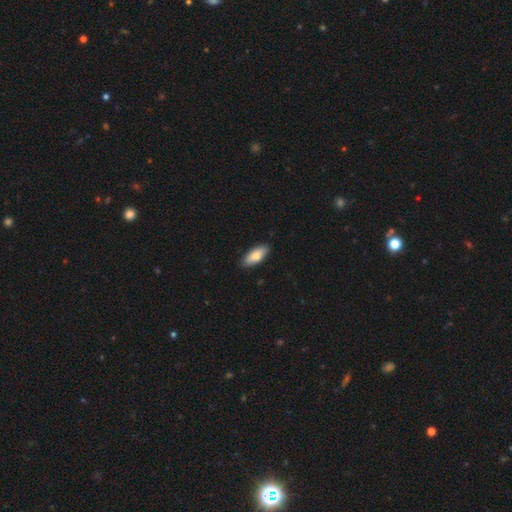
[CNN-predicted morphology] smooth 85%, featured or disk 9%, star or artifact 6%. Down the decision tree: how rounded — in between (82%); merging — none (87%).